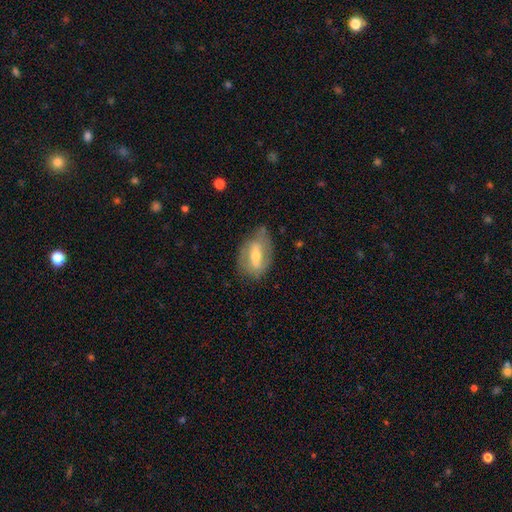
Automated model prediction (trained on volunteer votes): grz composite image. It shows a featured or disk galaxy (55%). Merging: none (66%).